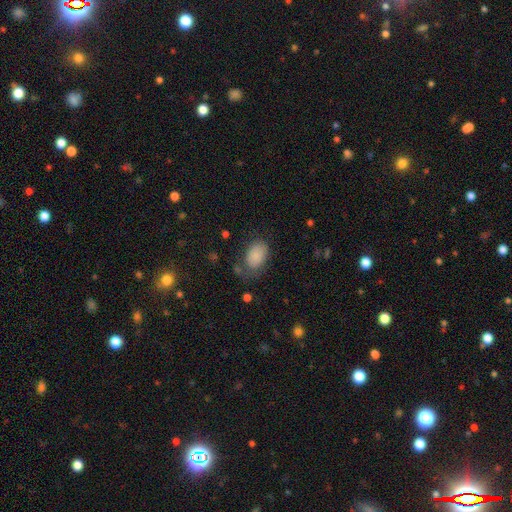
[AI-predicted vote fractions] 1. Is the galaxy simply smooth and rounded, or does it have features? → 86% smooth, 8% star or artifact, 7% featured or disk.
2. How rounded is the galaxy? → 87% in between, 11% round, 1% cigar-shaped.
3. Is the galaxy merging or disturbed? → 63% none, 23% minor disturbance, 11% major disturbance, 4% merger.